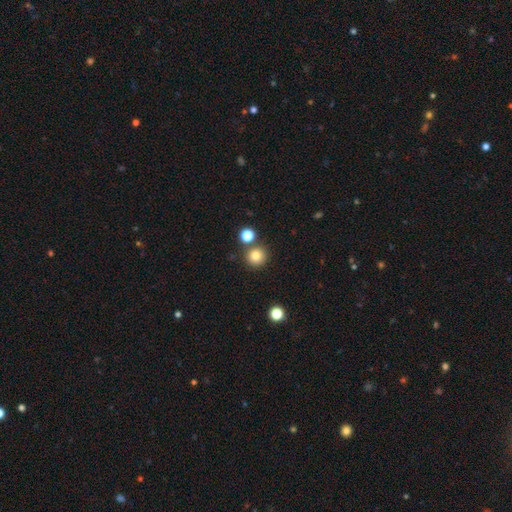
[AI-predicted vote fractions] Smooth or featured? smooth (81%)
How rounded? round (94%)
Merging? none (82%)